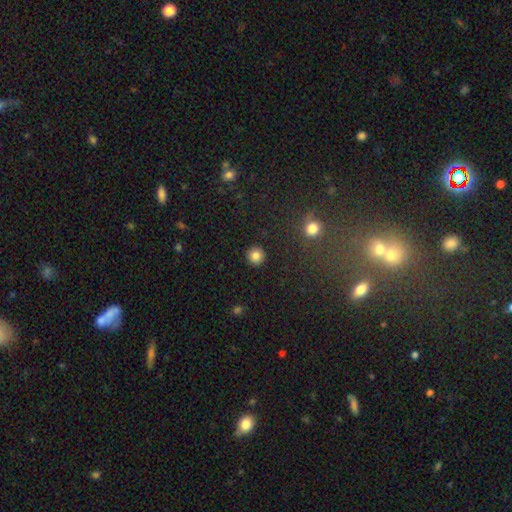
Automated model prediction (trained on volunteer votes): A smooth galaxy with no disk features (84%) that is round (94%).

Vote fractions:
- Smooth or featured? smooth: 84% / star or artifact: 11% / featured or disk: 5%
- How rounded? round: 94% / in between: 5% / cigar-shaped: 1%
- Merging? none: 93% / minor disturbance: 4% / major disturbance: 2% / merger: 1%